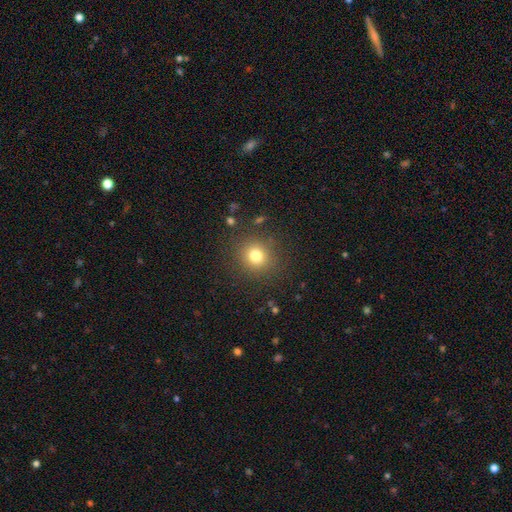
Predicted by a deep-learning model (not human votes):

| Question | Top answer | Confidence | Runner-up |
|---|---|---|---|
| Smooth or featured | smooth | 78% | star or artifact (14%) |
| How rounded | round | 89% | in between (11%) |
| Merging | none | 87% | minor disturbance (8%) |